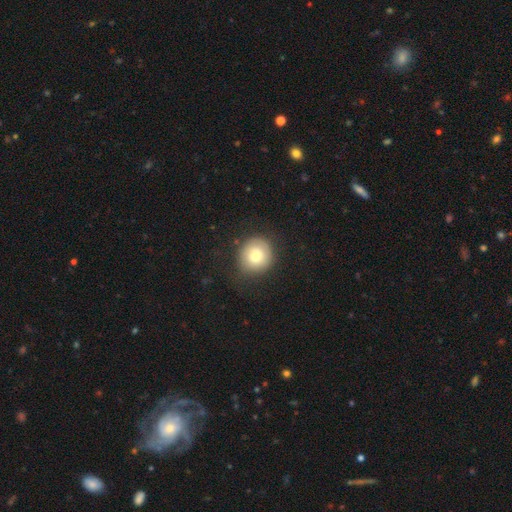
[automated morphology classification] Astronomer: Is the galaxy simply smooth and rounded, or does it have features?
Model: smooth — 74%.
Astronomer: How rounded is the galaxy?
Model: round — 88%.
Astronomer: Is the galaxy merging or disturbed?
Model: none — 79%.